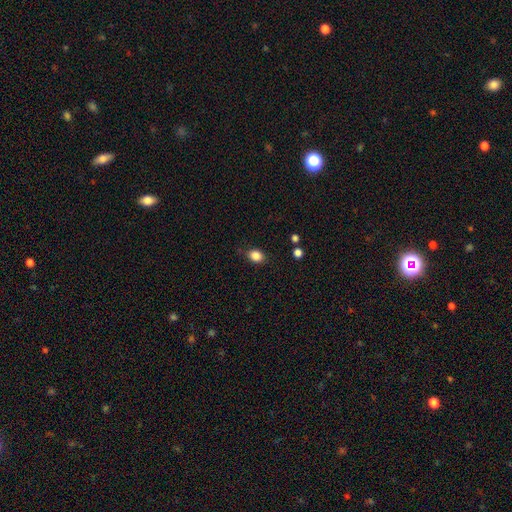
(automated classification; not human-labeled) smooth-or-featured: smooth: 85% | star or artifact: 10% | featured or disk: 5%
  how-rounded: in between: 57% | round: 42% | cigar-shaped: 1%
  merging: none: 79% | minor disturbance: 15% | major disturbance: 4% | merger: 2%